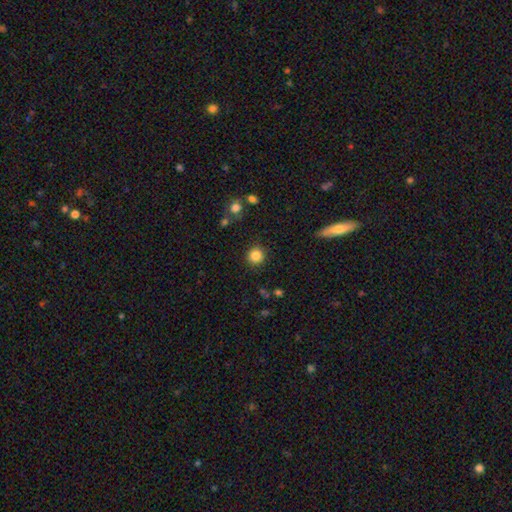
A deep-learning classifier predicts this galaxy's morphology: Smooth or featured: smooth — 84% (star or artifact — 11%)
How rounded: round — 93% (in between — 6%)
Merging: none — 89% (minor disturbance — 7%)